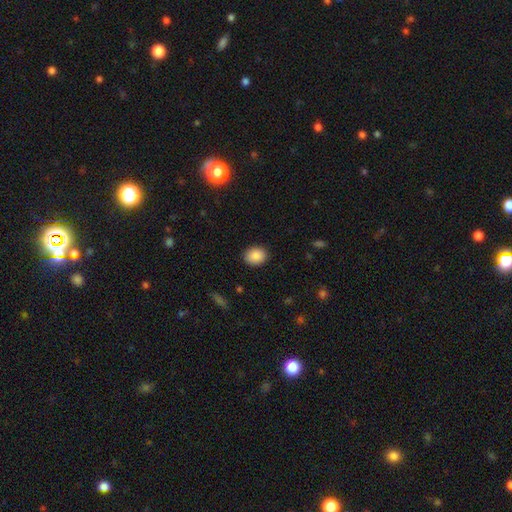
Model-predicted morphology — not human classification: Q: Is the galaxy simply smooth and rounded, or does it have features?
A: smooth — 89%.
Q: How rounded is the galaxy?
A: round — 52%.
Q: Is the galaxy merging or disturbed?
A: none — 88%.